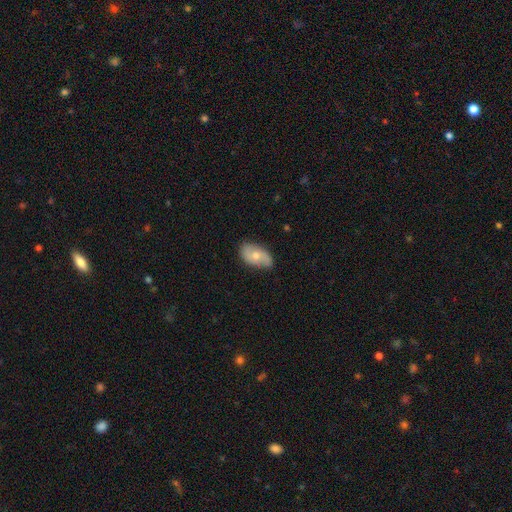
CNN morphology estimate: This appears to be a smooth galaxy with no disk features (52%) that is in between round and cigar-shaped (92%). Merging: none (73%).